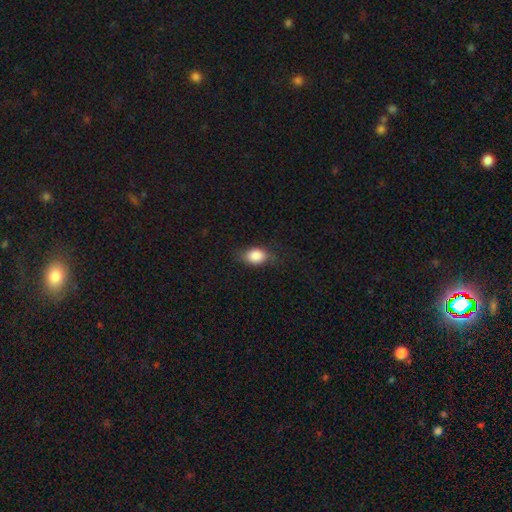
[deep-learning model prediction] A smooth galaxy with no disk features (84%) that is in between round and cigar-shaped (75%).

Vote fractions:
- Smooth or featured? smooth: 84% / star or artifact: 8% / featured or disk: 8%
- How rounded? in between: 75% / round: 23% / cigar-shaped: 2%
- Merging? none: 69% / minor disturbance: 23% / major disturbance: 7% / merger: 1%